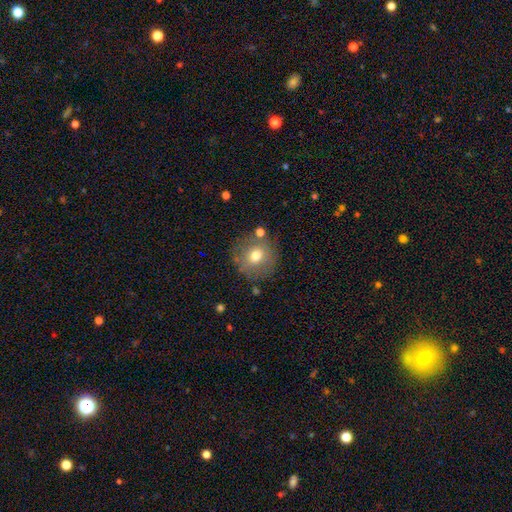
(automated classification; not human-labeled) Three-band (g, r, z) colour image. It shows a smooth galaxy with no disk features (70%) that is round (90%). Merging: none (77%).